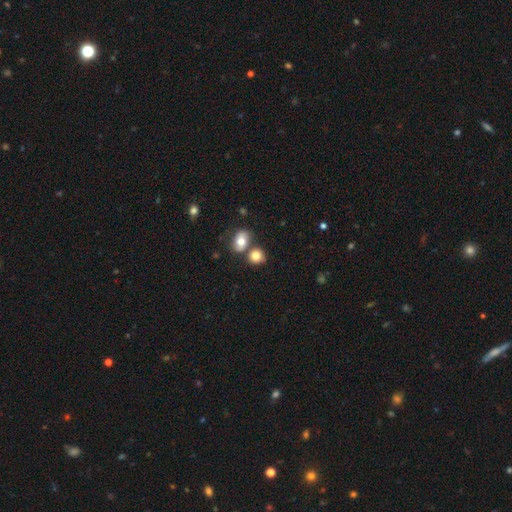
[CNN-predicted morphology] Q: Smooth or featured?
A: smooth (79%); runner-up: featured or disk (11%)
Q: How rounded?
A: round (70%); runner-up: in between (29%)
Q: Merging?
A: none (56%); runner-up: merger (30%)